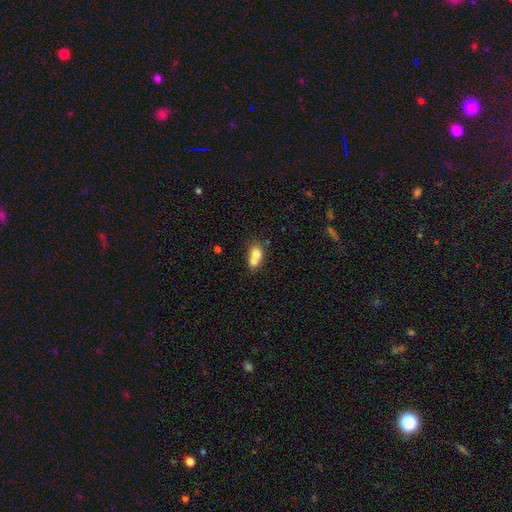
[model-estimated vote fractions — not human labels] Smooth or featured? smooth (71%)
How rounded? round (54%)
Merging? merger (70%)